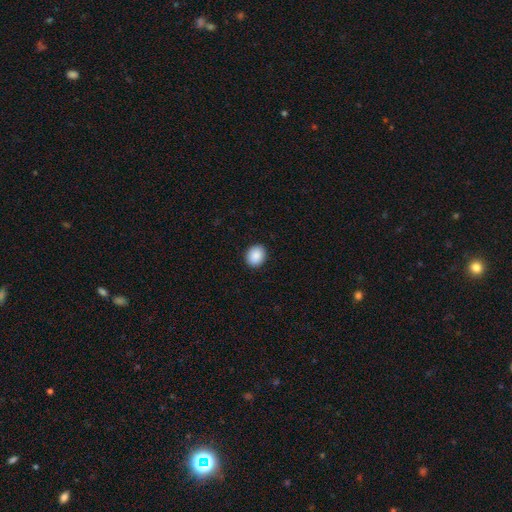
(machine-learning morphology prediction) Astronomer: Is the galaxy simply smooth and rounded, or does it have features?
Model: smooth — 90%.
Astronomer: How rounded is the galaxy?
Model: round — 64%.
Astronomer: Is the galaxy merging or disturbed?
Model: none — 91%.